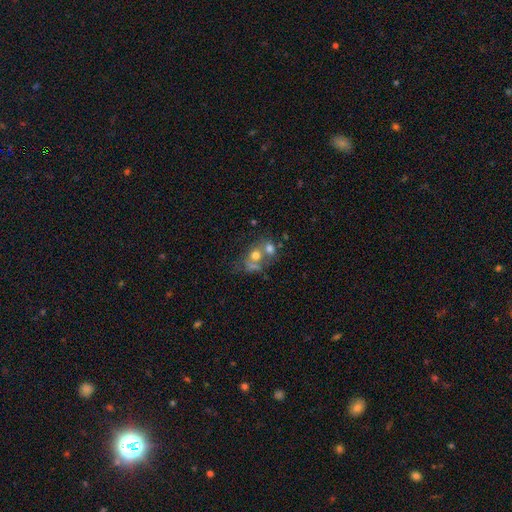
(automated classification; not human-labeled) Smooth or featured? Predicted: smooth (p=0.61). How rounded? Predicted: round (p=0.67). Merging? Predicted: merger (p=0.53).